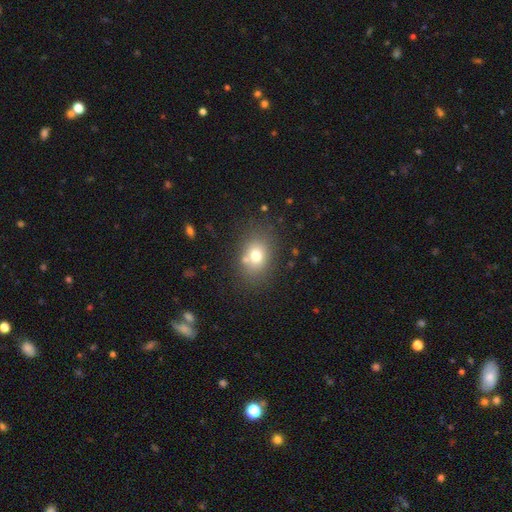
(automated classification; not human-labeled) Q: Smooth or featured?
A: smooth (73%); runner-up: featured or disk (15%)
Q: How rounded?
A: in between (60%); runner-up: round (39%)
Q: Merging?
A: none (73%); runner-up: minor disturbance (13%)